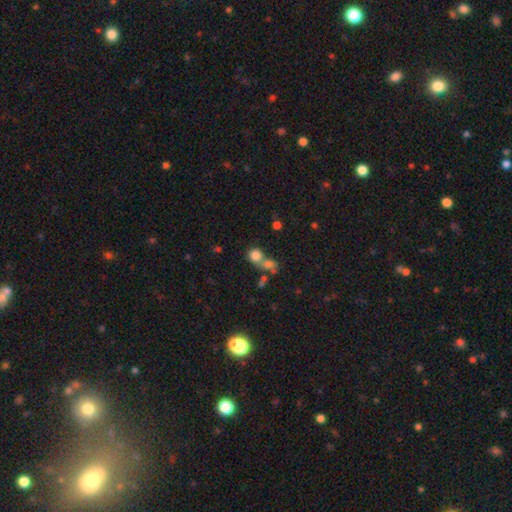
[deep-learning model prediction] Smooth or featured?
  - smooth: 76% *
  - star or artifact: 13%
  - featured or disk: 11%
How rounded?
  - round: 81% *
  - in between: 17%
  - cigar-shaped: 1%
Merging?
  - merger: 51% *
  - none: 37%
  - minor disturbance: 7%
  - major disturbance: 5%